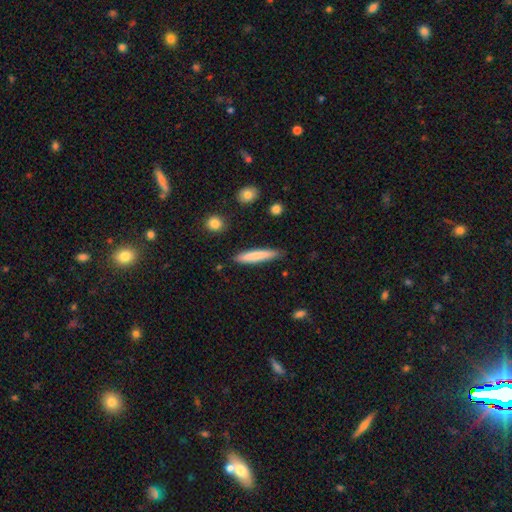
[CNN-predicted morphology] Overall: smooth (77%). How rounded: cigar-shaped (91%). Merging: none (85%).